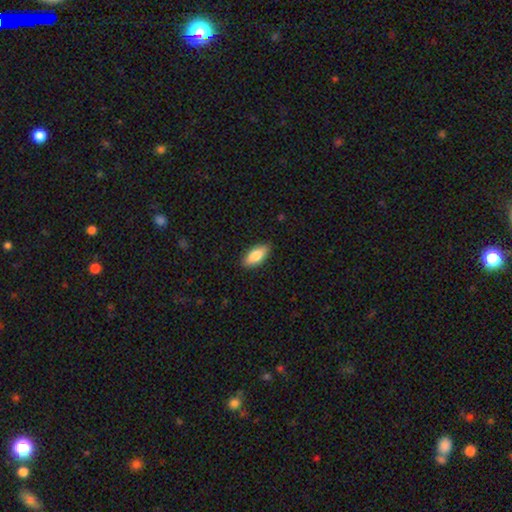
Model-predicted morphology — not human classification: smooth 82%, featured or disk 12%, star or artifact 6%. Down the decision tree: how rounded — in between (87%); merging — none (88%).